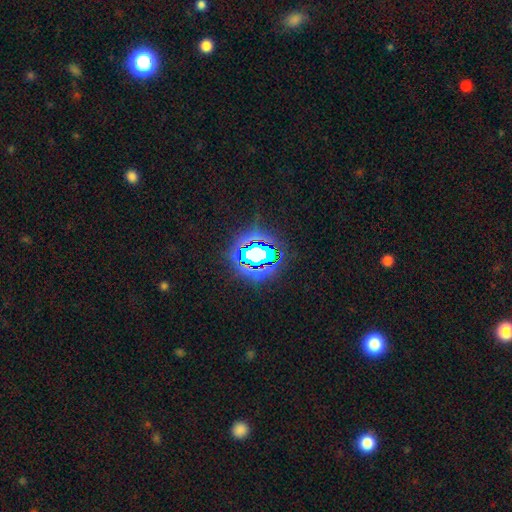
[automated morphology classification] A star or artifact, not a galaxy (66%).